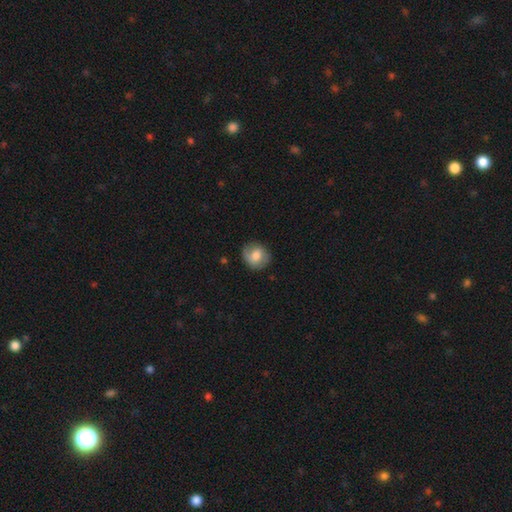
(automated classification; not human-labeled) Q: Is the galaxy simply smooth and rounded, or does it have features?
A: smooth — 70%.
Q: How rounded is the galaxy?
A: round — 78%.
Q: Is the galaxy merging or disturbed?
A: none — 79%.